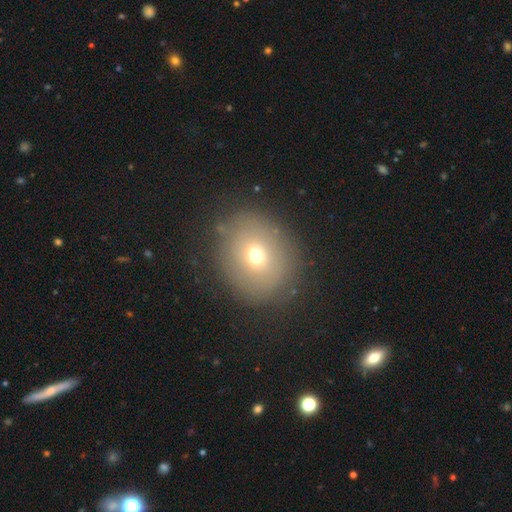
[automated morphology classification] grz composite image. It shows a smooth galaxy with no disk features (64%) that is round (71%). Merging: none (79%).